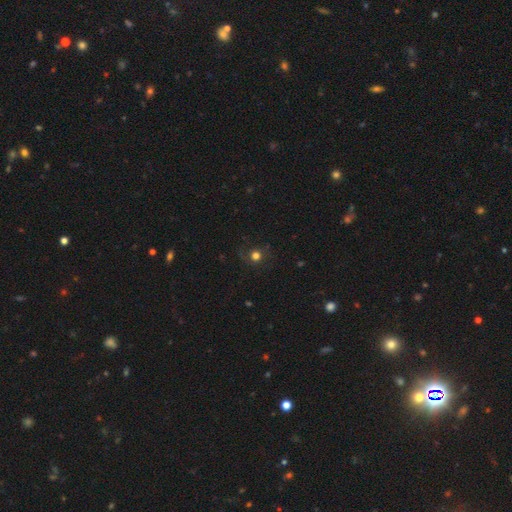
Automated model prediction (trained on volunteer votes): smooth_or_featured: smooth (p=0.62) [alt: star or artifact p=0.21]
how_rounded: round (p=0.89) [alt: in between p=0.10]
merging: none (p=0.73) [alt: minor disturbance p=0.14]